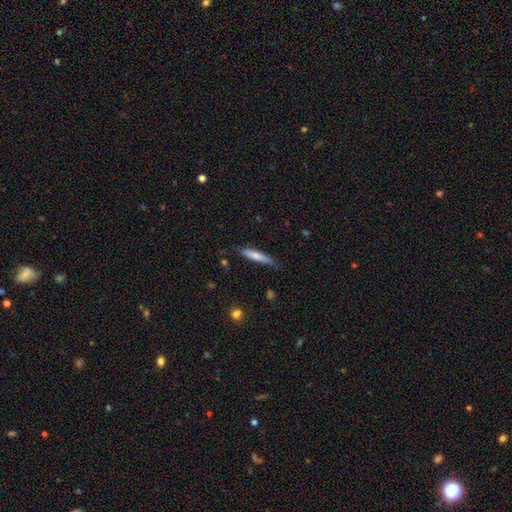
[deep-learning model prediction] This is likely a smooth galaxy (70%). How rounded: clearly cigar-shaped (89%). Merging: likely none (77%).